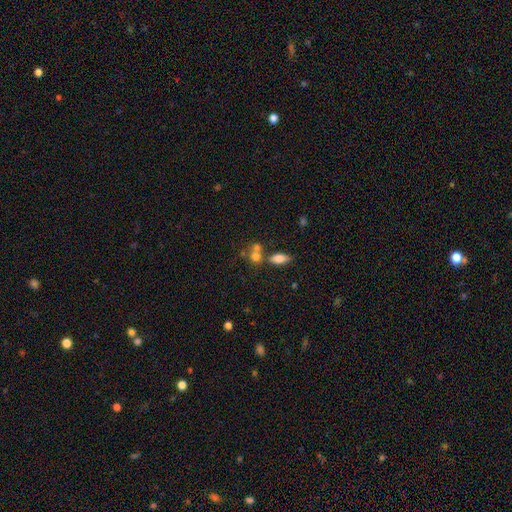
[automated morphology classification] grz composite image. It shows a smooth galaxy with no disk features (71%) that is round (59%). Merging: merger (46%).